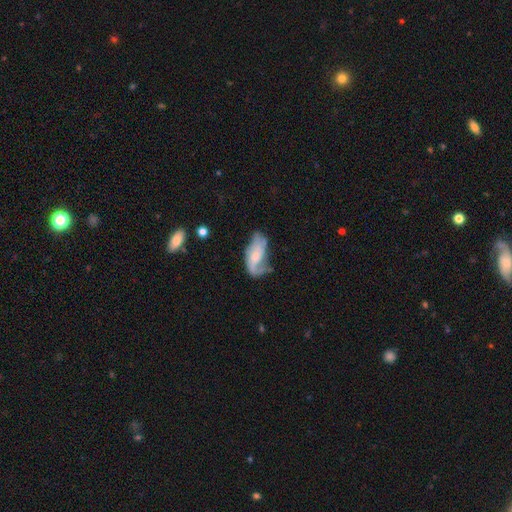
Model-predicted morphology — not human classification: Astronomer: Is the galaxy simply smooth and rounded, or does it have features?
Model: featured or disk — 60%.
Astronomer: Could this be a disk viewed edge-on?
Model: no — 94%.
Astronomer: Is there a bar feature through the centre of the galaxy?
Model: no — 62%.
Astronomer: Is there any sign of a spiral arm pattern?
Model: yes — 80%.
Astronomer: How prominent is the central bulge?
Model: small — 34% (runner-up: moderate, 33%).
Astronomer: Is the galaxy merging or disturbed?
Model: none — 39% (runner-up: minor disturbance, 29%).